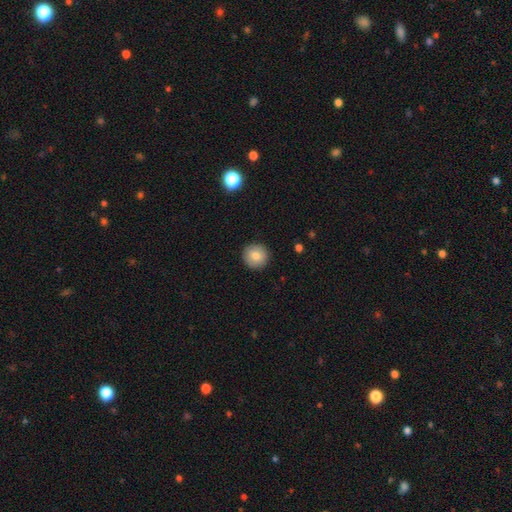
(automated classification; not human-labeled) This appears to be a smooth galaxy with no disk features (81%) that is round (95%). Merging: none (92%).